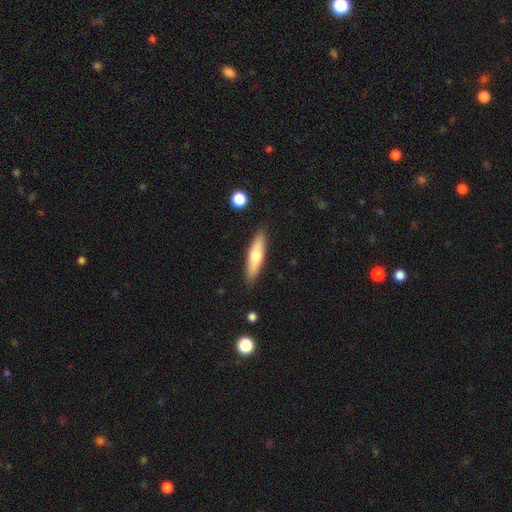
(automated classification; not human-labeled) Smooth or featured? Predicted: smooth (p=0.60). How rounded? Predicted: cigar-shaped (p=0.71). Merging? Predicted: none (p=0.87).